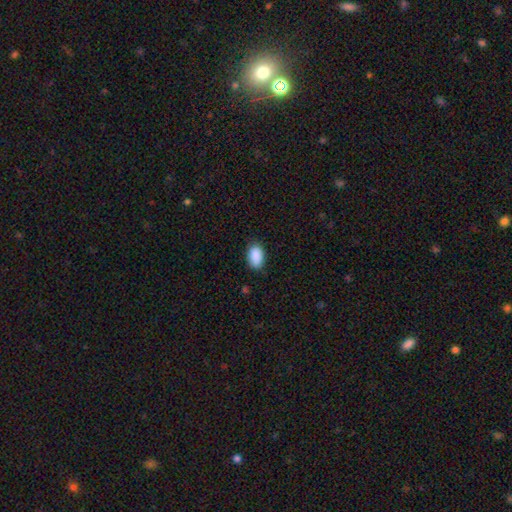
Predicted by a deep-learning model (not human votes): A smooth galaxy with no disk features (90%) that is in between round and cigar-shaped (91%). Merging: none (83%).